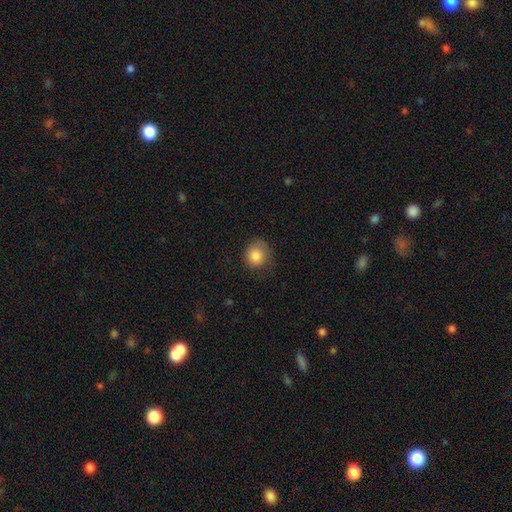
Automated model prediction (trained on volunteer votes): A smooth galaxy with no disk features (84%) that is round (86%). Merging: none (72%).